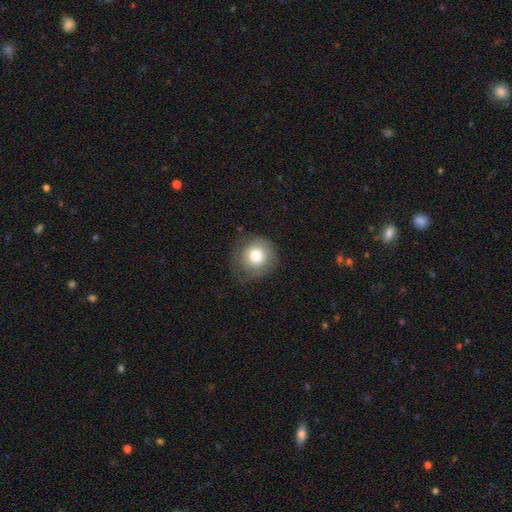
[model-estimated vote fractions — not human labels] Overall: smooth (74%). How rounded: round (92%). Merging: none (73%).